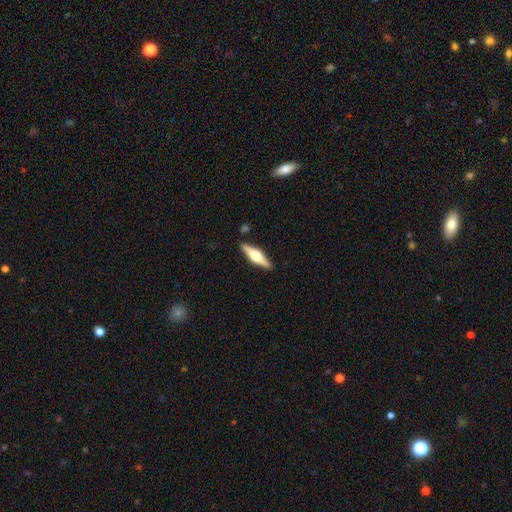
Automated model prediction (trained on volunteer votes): A featured or disk galaxy (64%) viewed edge-on (96%) with a rounded central bulge (93%).

Vote fractions:
- Smooth or featured? featured or disk: 64% / smooth: 31% / star or artifact: 5%
- Edge-on disk? yes: 96% / no: 4%
- Edge-on bulge? rounded: 93% / boxy: 5% / none: 2%
- Merging? none: 89% / minor disturbance: 8% / merger: 2% / major disturbance: 2%